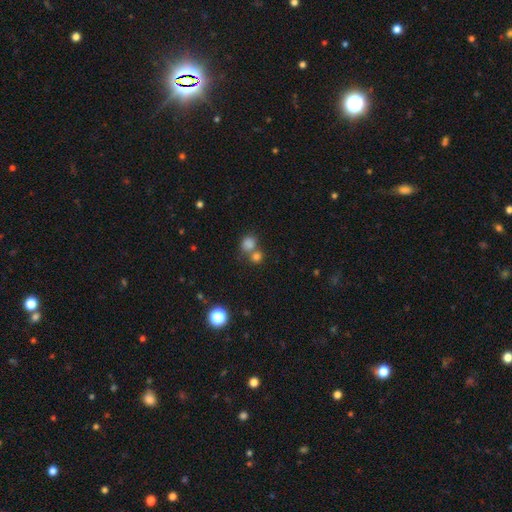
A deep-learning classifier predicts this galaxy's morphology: smooth_or_featured: smooth (p=0.70) [alt: star or artifact p=0.22]
how_rounded: round (p=0.79) [alt: in between p=0.20]
merging: none (p=0.50) [alt: merger p=0.39]